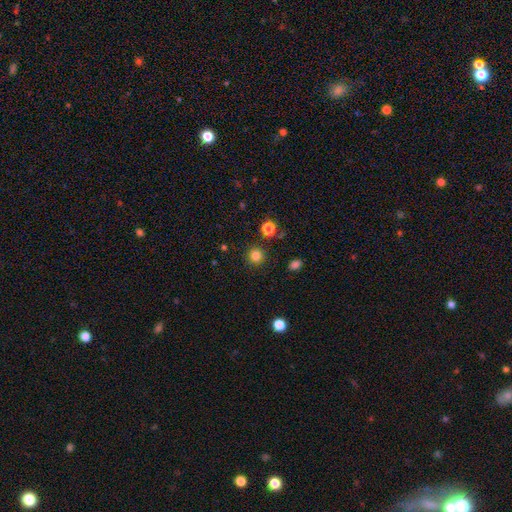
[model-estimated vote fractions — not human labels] This is clearly a smooth galaxy (82%). How rounded: clearly round (94%). Merging: clearly none (90%).